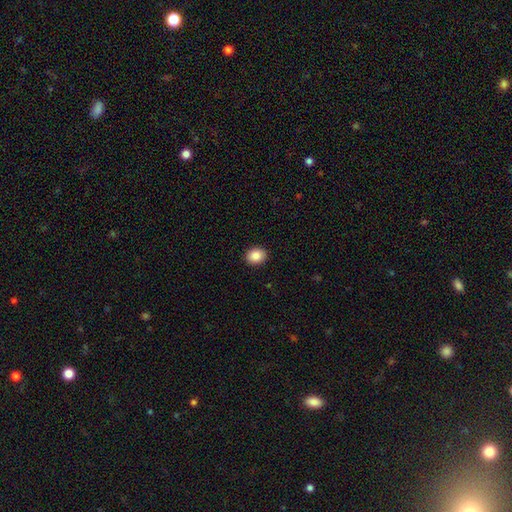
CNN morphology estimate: This appears to be a smooth galaxy with no disk features (87%) that is round (59%). Merging: none (92%).